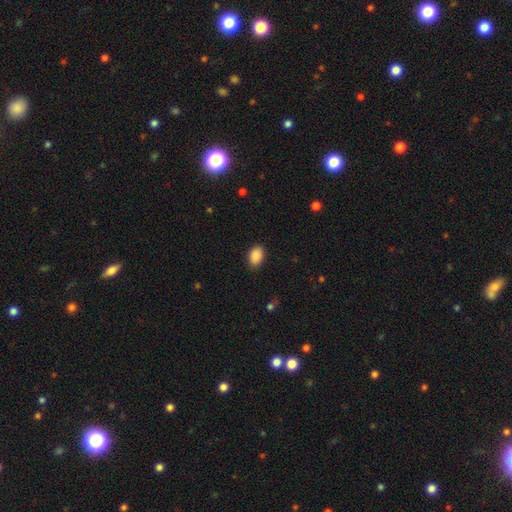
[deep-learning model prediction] Smooth or featured?
  - smooth: 89% *
  - star or artifact: 8%
  - featured or disk: 3%
How rounded?
  - in between: 84% *
  - round: 14%
  - cigar-shaped: 1%
Merging?
  - none: 84% *
  - minor disturbance: 13%
  - major disturbance: 3%
  - merger: 1%